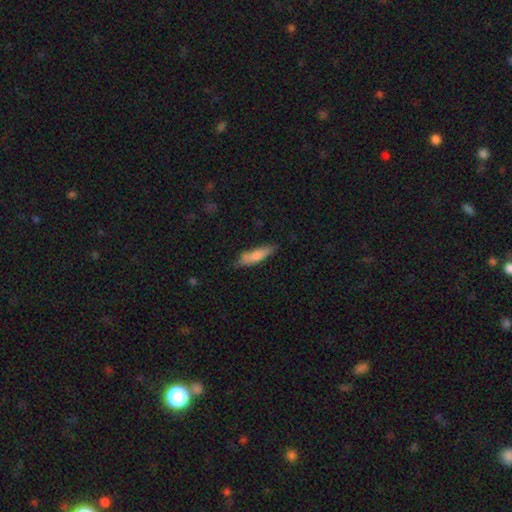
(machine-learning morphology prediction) smooth-or-featured: smooth: 78% | featured or disk: 16% | star or artifact: 6%
  how-rounded: cigar-shaped: 68% | in between: 30% | round: 2%
  merging: none: 67% | minor disturbance: 24% | major disturbance: 5% | merger: 4%